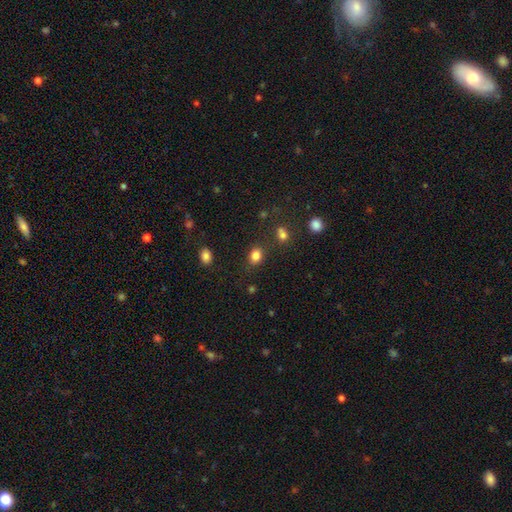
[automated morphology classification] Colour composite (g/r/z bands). It shows a smooth galaxy with no disk features (83%) that is in between round and cigar-shaped (51%). Merging: none (79%).